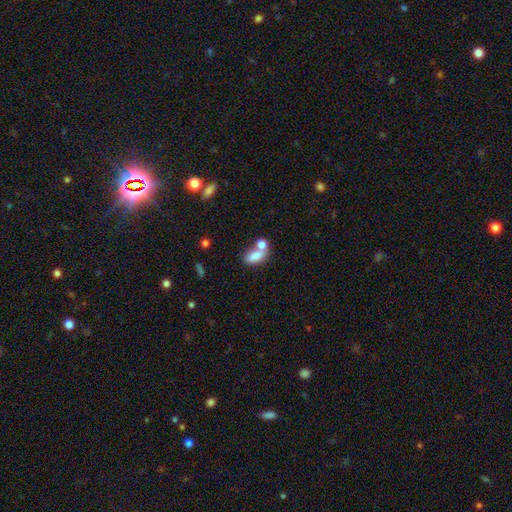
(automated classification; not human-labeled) smooth_or_featured: smooth (p=0.80) [alt: featured or disk p=0.11]
how_rounded: in between (p=0.85) [alt: round p=0.09]
merging: merger (p=0.45) [alt: none p=0.38]